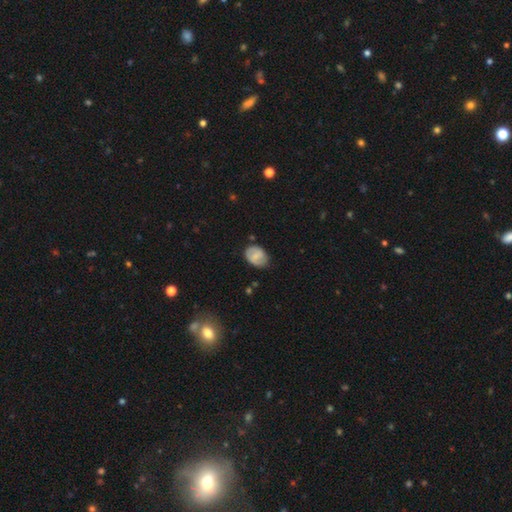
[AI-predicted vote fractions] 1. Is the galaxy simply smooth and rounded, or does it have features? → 63% smooth, 30% featured or disk, 7% star or artifact.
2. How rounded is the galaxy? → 70% in between, 29% round, 1% cigar-shaped.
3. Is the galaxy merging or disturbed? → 69% none, 24% minor disturbance, 5% major disturbance, 2% merger.